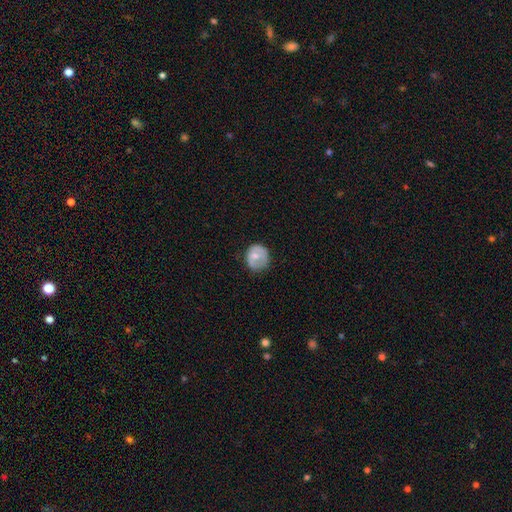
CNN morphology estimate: Smooth or featured: smooth — 57% (featured or disk — 37%)
How rounded: round — 78% (in between — 21%)
Merging: none — 66% (minor disturbance — 24%)